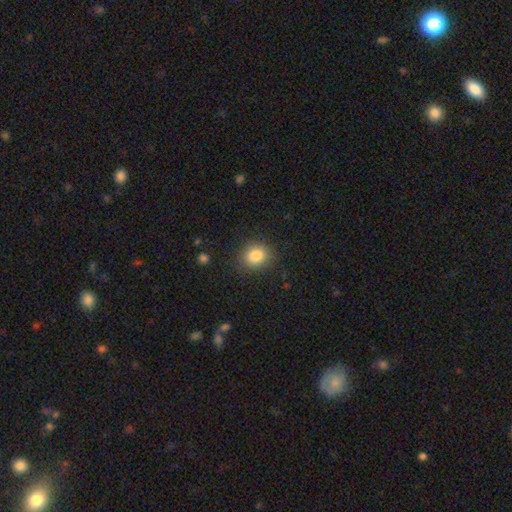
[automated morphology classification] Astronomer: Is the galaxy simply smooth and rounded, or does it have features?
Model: smooth — 85%.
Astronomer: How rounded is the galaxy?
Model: round — 64%.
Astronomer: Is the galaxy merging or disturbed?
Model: none — 86%.